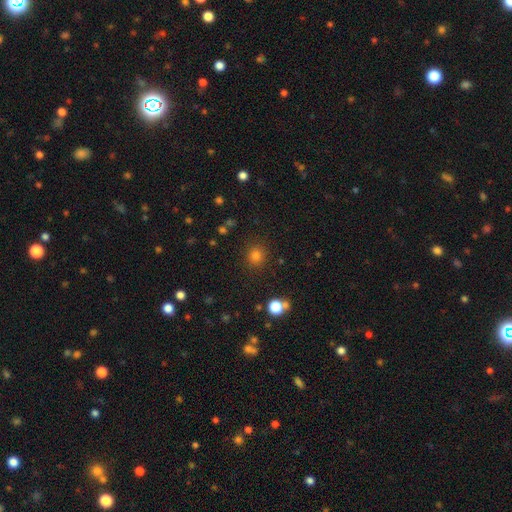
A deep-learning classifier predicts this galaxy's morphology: Q: Smooth or featured?
A: smooth (77%); runner-up: star or artifact (18%)
Q: How rounded?
A: round (89%); runner-up: in between (10%)
Q: Merging?
A: none (88%); runner-up: minor disturbance (7%)